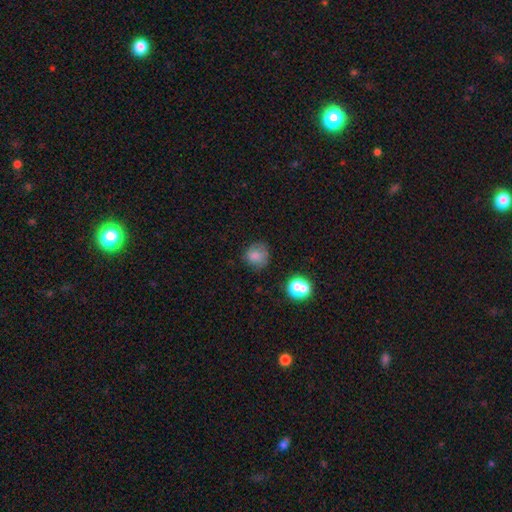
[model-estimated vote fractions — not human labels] This is likely a smooth galaxy (79%). How rounded: clearly round (81%). Merging: likely none (67%).